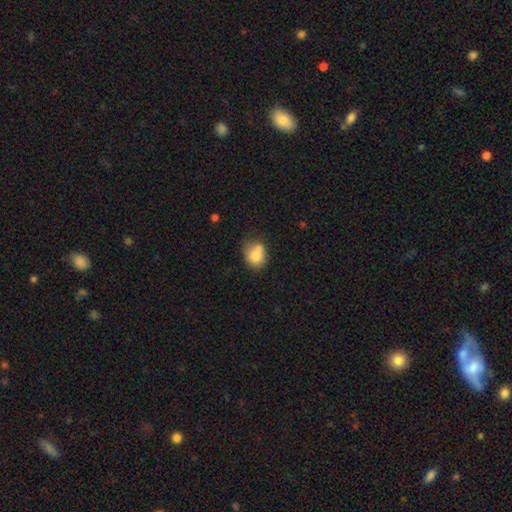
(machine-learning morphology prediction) smooth 77%, featured or disk 13%, star or artifact 10%. Down the decision tree: how rounded — round (60%); merging — none (46%).